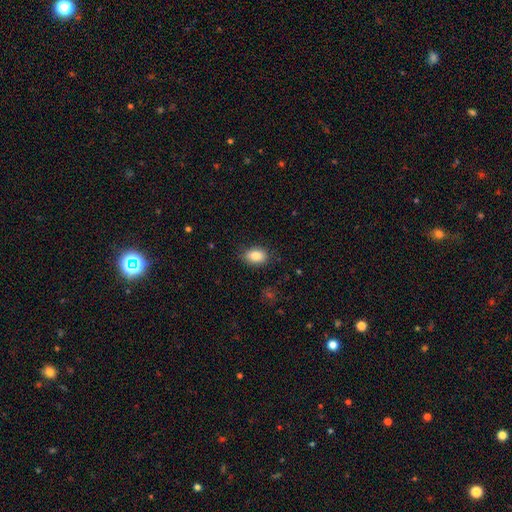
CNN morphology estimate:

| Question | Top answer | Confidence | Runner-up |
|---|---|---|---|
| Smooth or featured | smooth | 86% | star or artifact (8%) |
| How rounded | in between | 79% | round (20%) |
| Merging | none | 84% | minor disturbance (12%) |